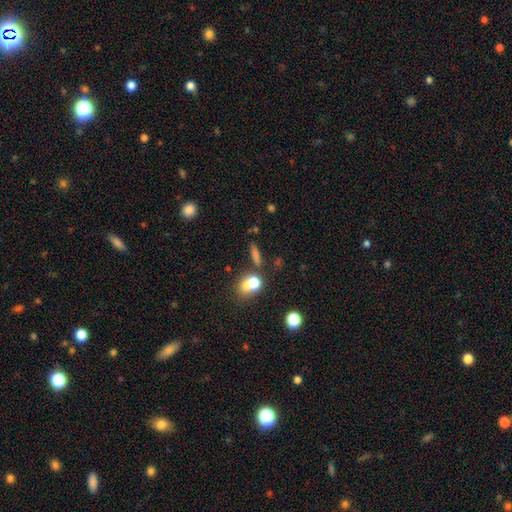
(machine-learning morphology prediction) The model was most divided on "how rounded": cigar-shaped: 38%, in between: 31%, round: 31%. More confident: merging — none (59%); smooth or featured — smooth (59%).